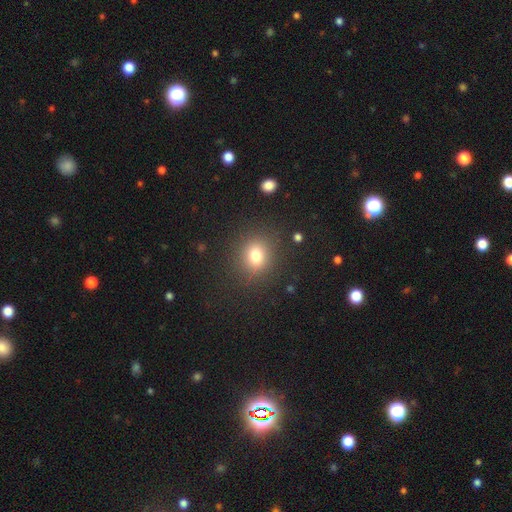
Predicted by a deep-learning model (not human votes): Smooth or featured?
  - smooth: 77% *
  - star or artifact: 15%
  - featured or disk: 9%
How rounded?
  - round: 76% *
  - in between: 23%
  - cigar-shaped: 1%
Merging?
  - none: 87% *
  - minor disturbance: 8%
  - major disturbance: 4%
  - merger: 2%